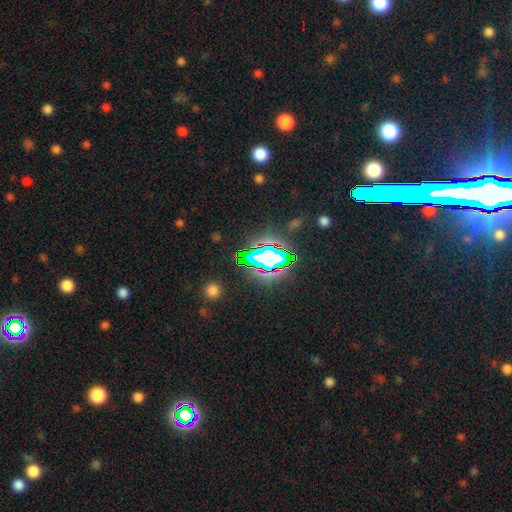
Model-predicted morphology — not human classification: A star or artifact, not a galaxy (79%).